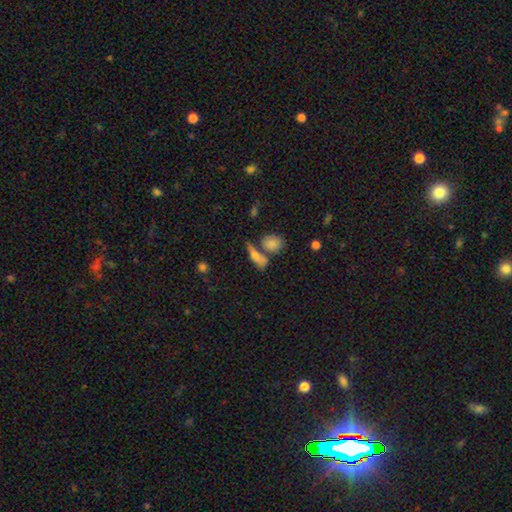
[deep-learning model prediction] A smooth galaxy with no disk features (65%) that is in between round and cigar-shaped (45%). Merging: none (53%).